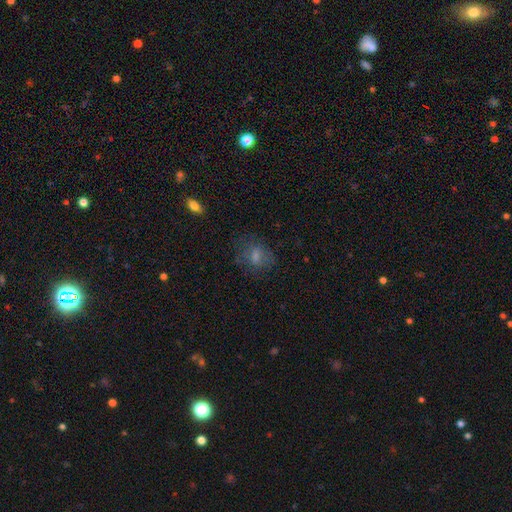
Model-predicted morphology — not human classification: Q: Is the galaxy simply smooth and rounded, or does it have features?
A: smooth — 55%.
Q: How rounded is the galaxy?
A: round — 50%.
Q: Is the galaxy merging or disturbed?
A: none — 70%.